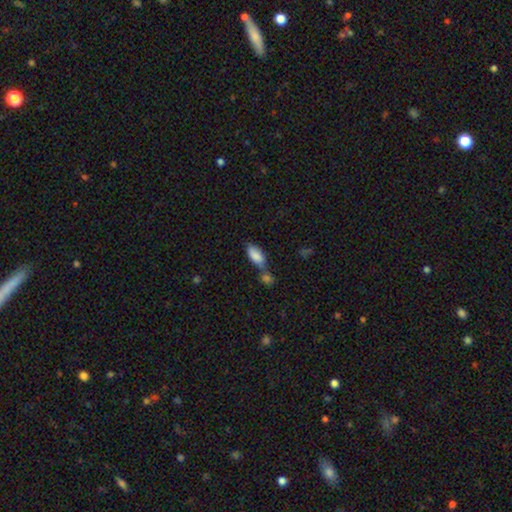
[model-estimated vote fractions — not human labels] smooth-or-featured: smooth: 85% | featured or disk: 7% | star or artifact: 7%
  how-rounded: in between: 89% | cigar-shaped: 8% | round: 3%
  merging: merger: 42% | none: 38% | minor disturbance: 15% | major disturbance: 6%